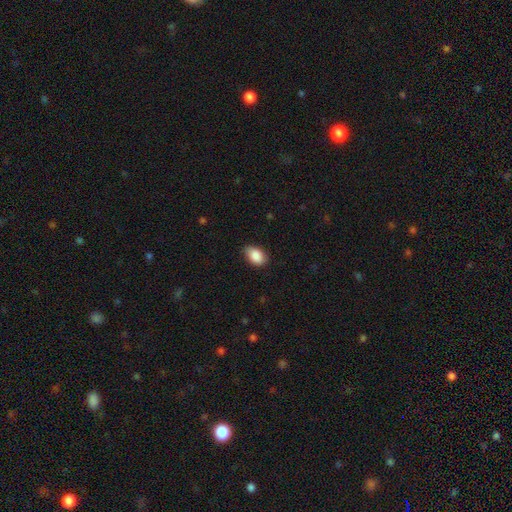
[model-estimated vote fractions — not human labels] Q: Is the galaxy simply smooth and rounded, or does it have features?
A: smooth — 89%.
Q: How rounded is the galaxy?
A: in between — 86%.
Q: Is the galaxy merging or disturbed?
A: none — 78%.